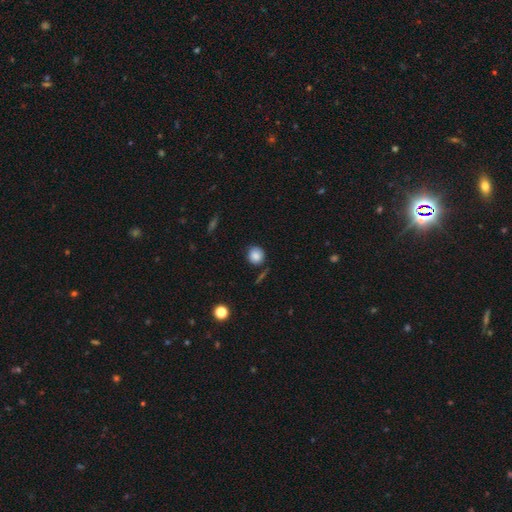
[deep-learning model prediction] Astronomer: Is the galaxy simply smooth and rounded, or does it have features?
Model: smooth — 85%.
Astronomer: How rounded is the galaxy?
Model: round — 86%.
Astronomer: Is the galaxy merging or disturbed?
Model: none — 80%.